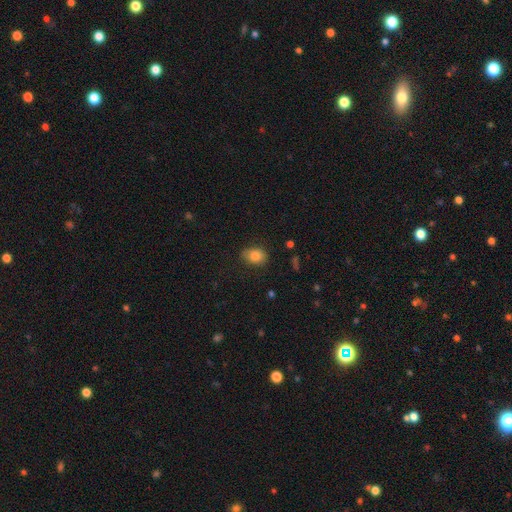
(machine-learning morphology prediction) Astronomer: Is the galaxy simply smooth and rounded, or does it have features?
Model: smooth — 83%.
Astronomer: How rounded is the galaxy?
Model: in between — 67%.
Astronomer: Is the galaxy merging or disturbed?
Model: none — 78%.